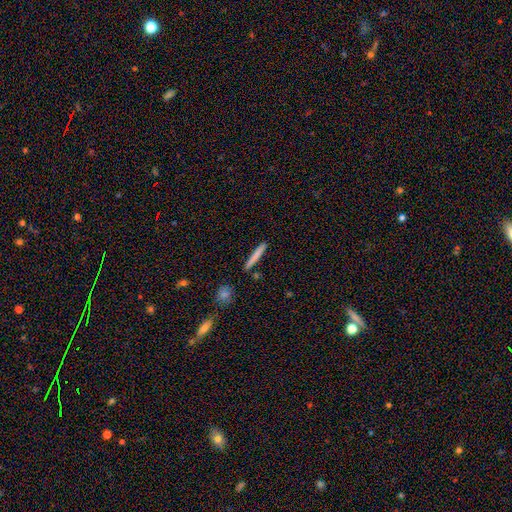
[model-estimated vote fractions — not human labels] This is likely a smooth galaxy (76%). How rounded: clearly cigar-shaped (95%). Merging: clearly none (89%).